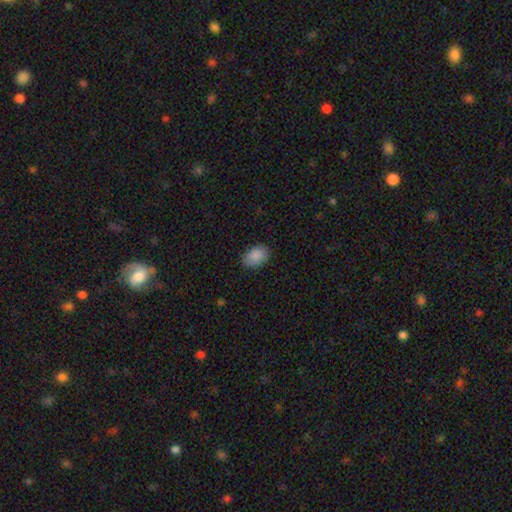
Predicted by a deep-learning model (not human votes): This appears to be a smooth galaxy with no disk features (89%) that is in between round and cigar-shaped (86%). Merging: none (83%).